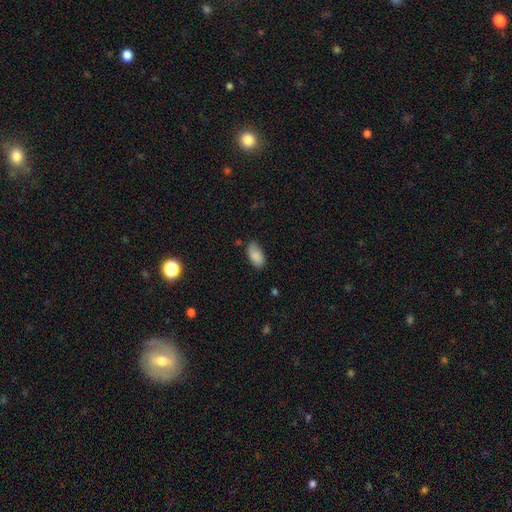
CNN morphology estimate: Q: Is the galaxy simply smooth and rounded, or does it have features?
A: smooth — 87%.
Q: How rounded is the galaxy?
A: in between — 94%.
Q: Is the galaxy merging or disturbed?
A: none — 72%.